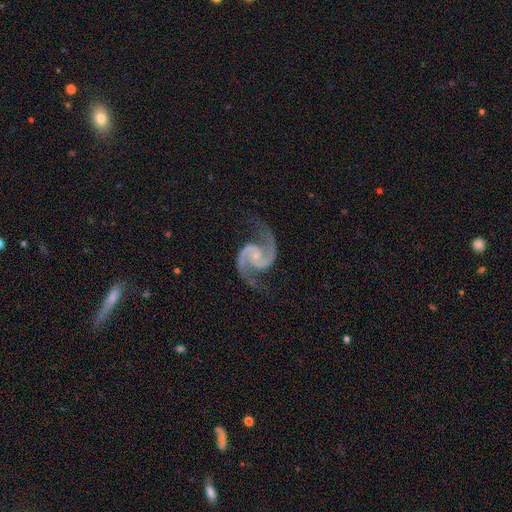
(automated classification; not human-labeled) This is clearly a featured or disk galaxy (94%). It is clearly not viewed edge-on (98%). Bar: likely no (61%). Spiral arm pattern: clearly yes (99%). Spiral arm count: clearly 2 (95%). Spiral winding: likely medium (65%). Central bulge: likely small (71%). Merging: likely none (78%).